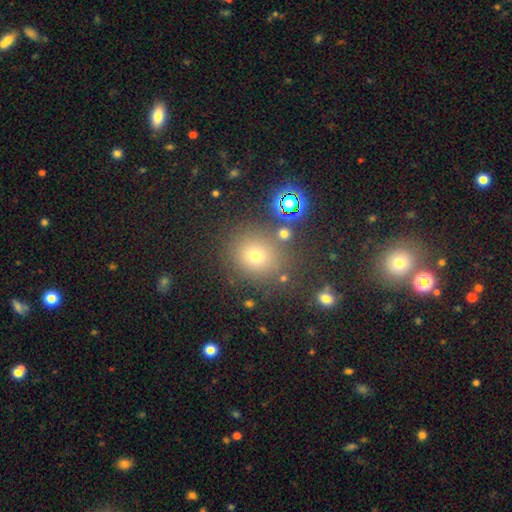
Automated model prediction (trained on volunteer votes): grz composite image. It shows a smooth galaxy with no disk features (66%) that is round (81%). Merging: none (79%).